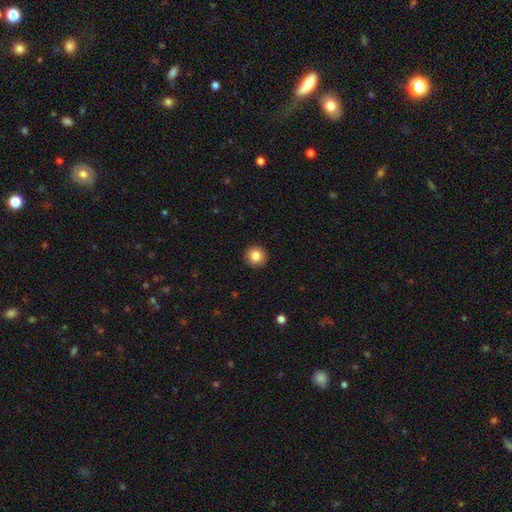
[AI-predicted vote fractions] This appears to be a smooth galaxy with no disk features (84%) that is round (95%). Merging: none (93%).